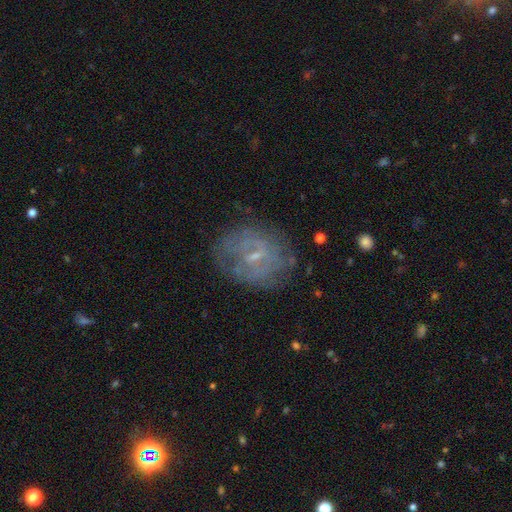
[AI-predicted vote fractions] Smooth or featured: featured or disk — 65% (smooth — 24%)
Edge-on disk: no — 97% (yes — 3%)
Bar: weak — 53% (no — 35%)
Spiral arms: yes — 60% (no — 40%)
Bulge size: small — 69% (moderate — 19%)
Merging: none — 69% (minor disturbance — 19%)